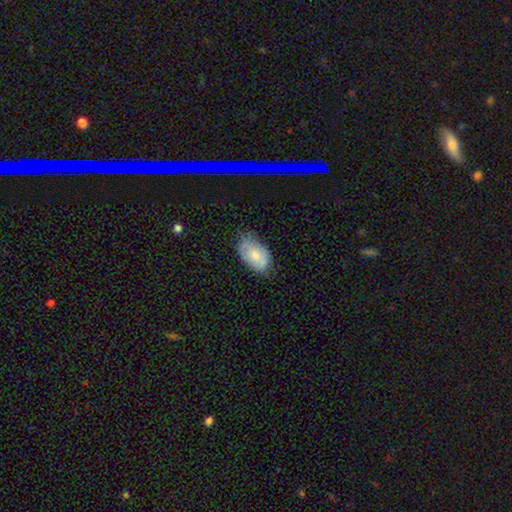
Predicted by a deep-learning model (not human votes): Morphology: type=smooth (74%); roundness=in between (93%); merging=none (56%).